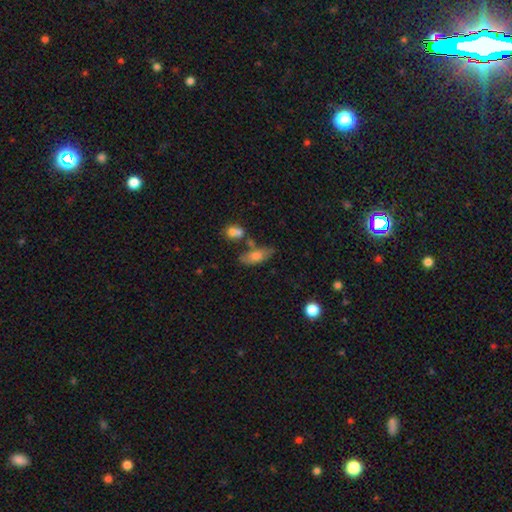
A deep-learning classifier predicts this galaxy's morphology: Smooth or featured?
  - smooth: 69% *
  - featured or disk: 23%
  - star or artifact: 8%
How rounded?
  - in between: 79% *
  - cigar-shaped: 17%
  - round: 4%
Merging?
  - none: 54% *
  - minor disturbance: 21%
  - merger: 17%
  - major disturbance: 7%